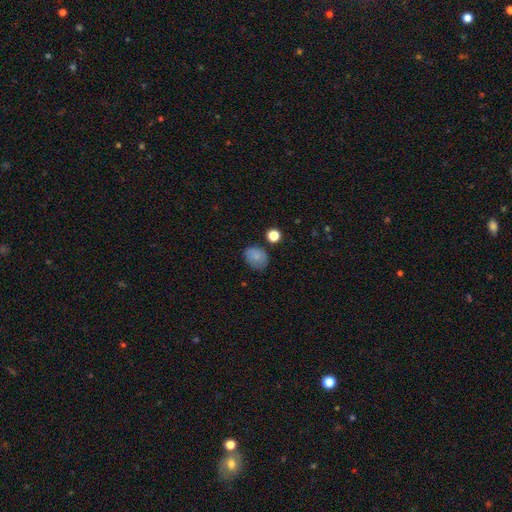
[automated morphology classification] This is likely a smooth galaxy (79%). How rounded: possibly in between (58%). Merging: likely none (71%).